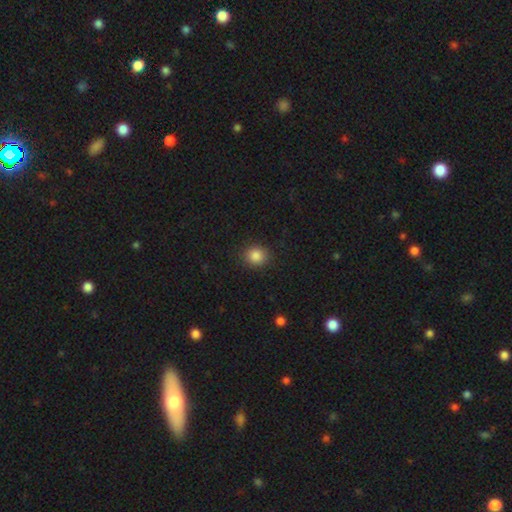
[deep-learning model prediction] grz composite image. It shows a smooth galaxy with no disk features (86%) that is round (82%). Merging: none (90%).